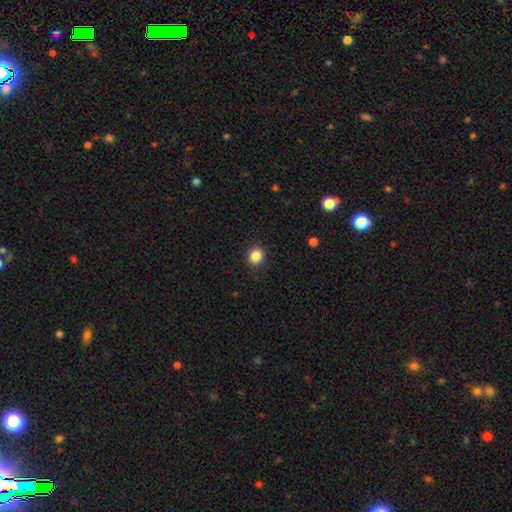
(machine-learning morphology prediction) Q: Smooth or featured?
A: smooth (85%); runner-up: star or artifact (11%)
Q: How rounded?
A: round (82%); runner-up: in between (17%)
Q: Merging?
A: none (89%); runner-up: minor disturbance (7%)